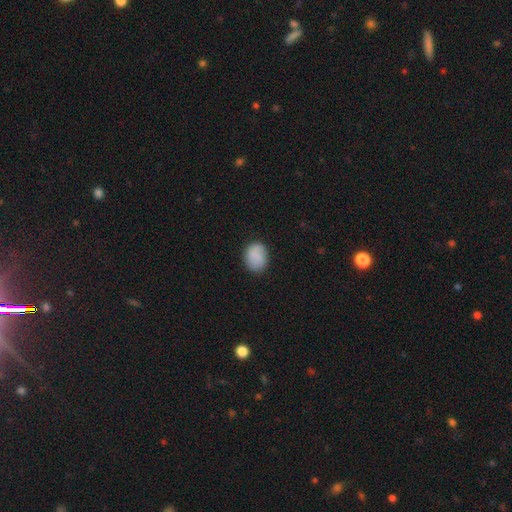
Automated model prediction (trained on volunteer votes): Overall: smooth (86%). How rounded: round (50%; in between 49%). Merging: none (84%).